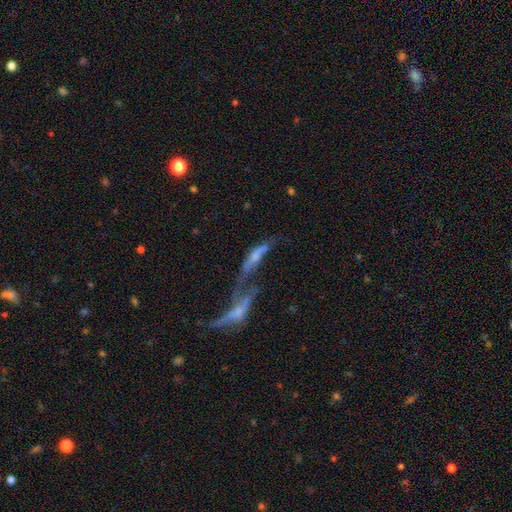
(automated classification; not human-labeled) The model was most divided on "smooth or featured": featured or disk: 49%, smooth: 39%, star or artifact: 12%. More confident: merging — merger (68%).